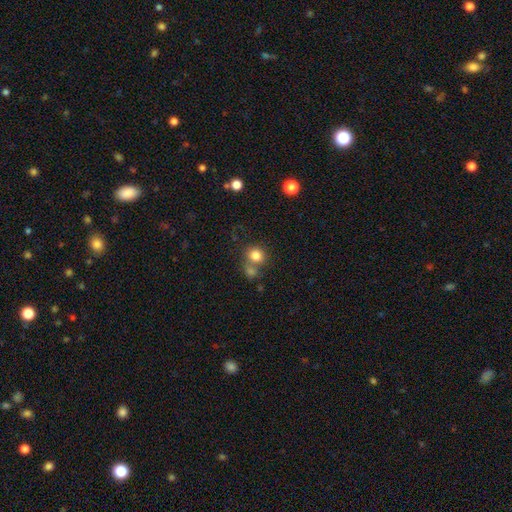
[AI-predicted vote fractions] smooth_or_featured: smooth (p=0.81) [alt: star or artifact p=0.11]
how_rounded: round (p=0.84) [alt: in between p=0.15]
merging: none (p=0.54) [alt: merger p=0.33]